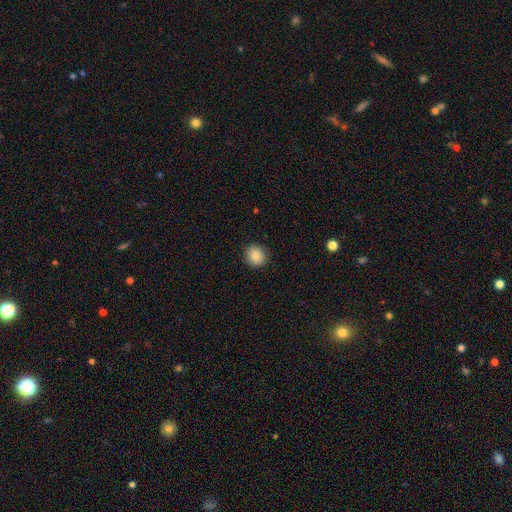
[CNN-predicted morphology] Smooth or featured? Predicted: smooth (p=0.84). How rounded? Predicted: round (p=0.89). Merging? Predicted: none (p=0.91).